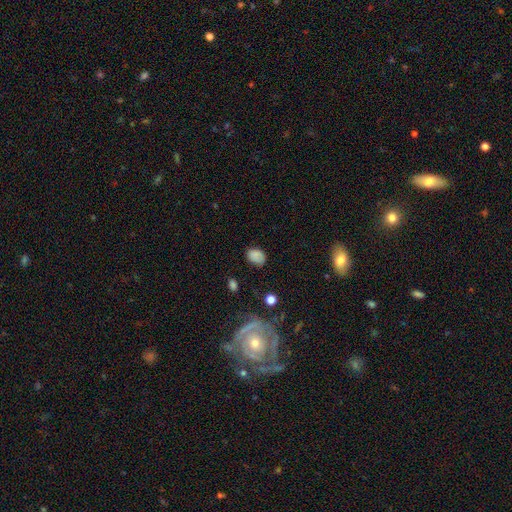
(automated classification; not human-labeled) Smooth or featured: smooth — 80% (star or artifact — 12%)
How rounded: in between — 71% (round — 28%)
Merging: none — 69% (minor disturbance — 23%)